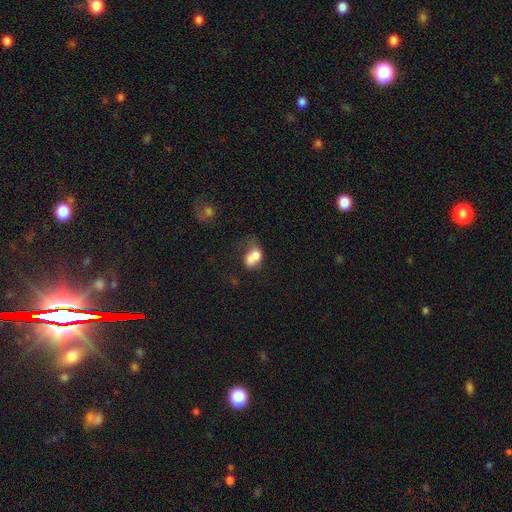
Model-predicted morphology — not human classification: This appears to be a smooth galaxy with no disk features (67%) that is in between round and cigar-shaped (61%). Merging: merger (60%).